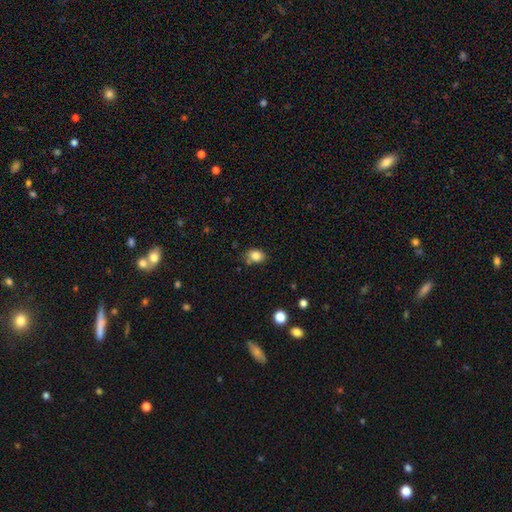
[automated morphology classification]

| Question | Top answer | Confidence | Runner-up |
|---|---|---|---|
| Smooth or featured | smooth | 82% | star or artifact (10%) |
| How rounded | in between | 61% | round (38%) |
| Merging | none | 72% | minor disturbance (20%) |